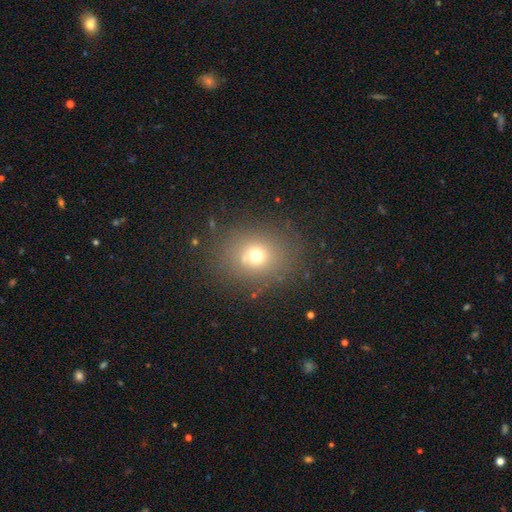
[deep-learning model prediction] Overall: smooth (67%). How rounded: round (68%; in between 31%). Merging: none (80%).